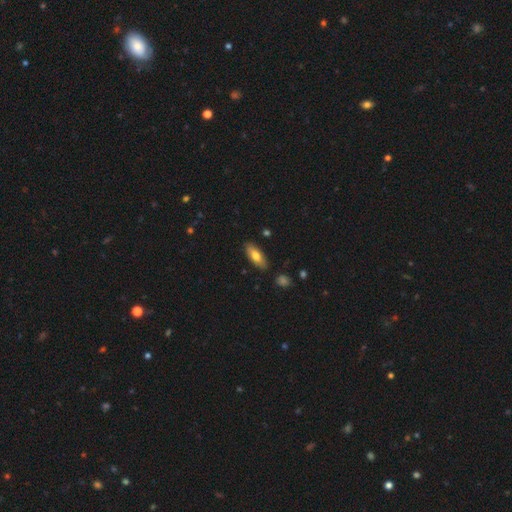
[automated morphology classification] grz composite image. It shows a smooth galaxy with no disk features (75%) that is in between round and cigar-shaped (77%). Merging: none (86%).